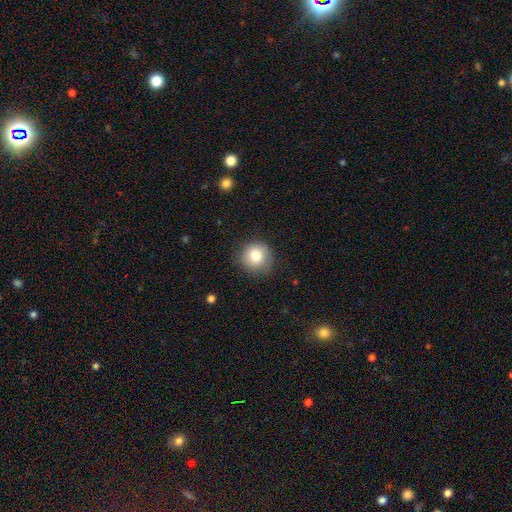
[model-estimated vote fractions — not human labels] Smooth or featured? smooth (80%)
How rounded? round (91%)
Merging? none (82%)